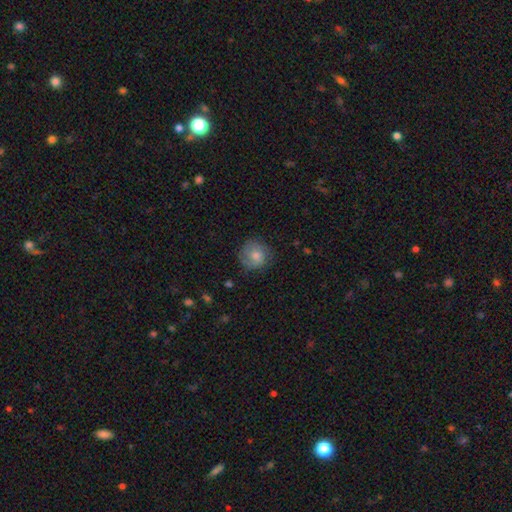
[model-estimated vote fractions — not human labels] Q: Smooth or featured?
A: smooth (69%); runner-up: featured or disk (23%)
Q: How rounded?
A: round (89%); runner-up: in between (10%)
Q: Merging?
A: none (75%); runner-up: minor disturbance (18%)